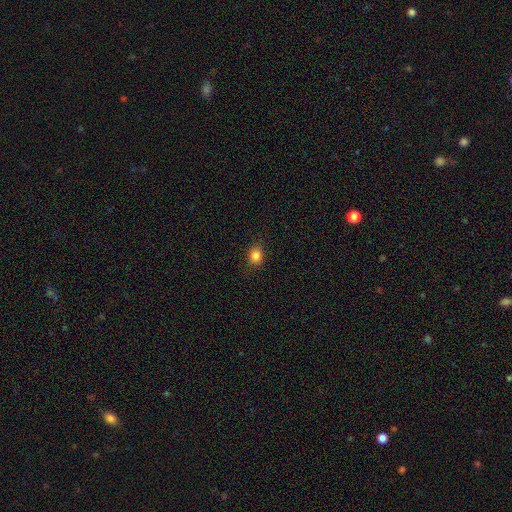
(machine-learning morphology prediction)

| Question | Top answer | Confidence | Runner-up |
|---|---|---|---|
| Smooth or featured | smooth | 84% | star or artifact (11%) |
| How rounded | round | 57% | in between (41%) |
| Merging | none | 86% | minor disturbance (11%) |